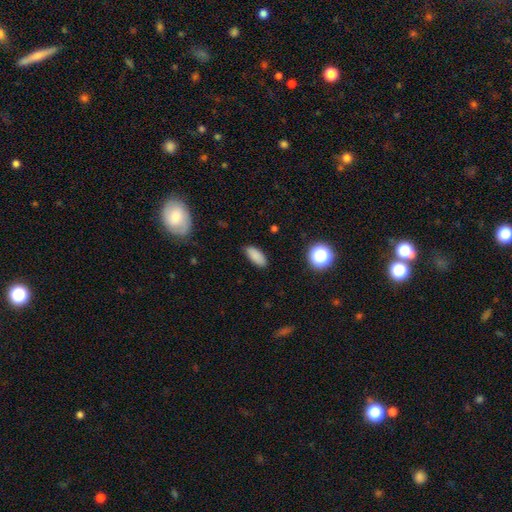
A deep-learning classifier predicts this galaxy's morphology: Q: Smooth or featured?
A: smooth (85%); runner-up: star or artifact (10%)
Q: How rounded?
A: in between (84%); runner-up: cigar-shaped (13%)
Q: Merging?
A: none (84%); runner-up: minor disturbance (12%)